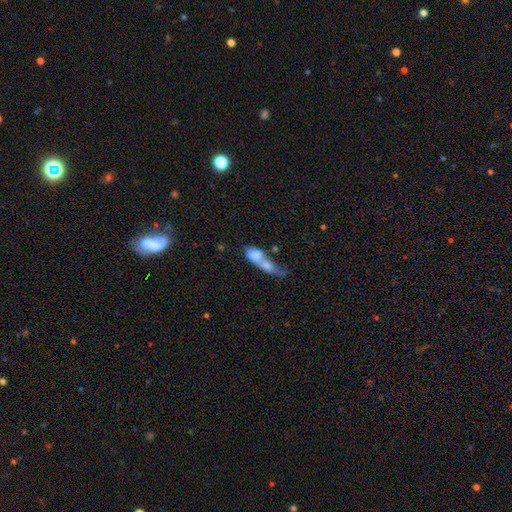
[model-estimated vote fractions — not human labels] Morphology: type=smooth (65%); roundness=in between (64%); merging=merger (72%).